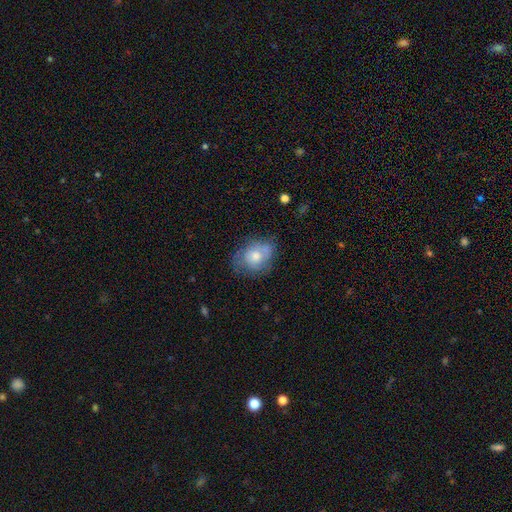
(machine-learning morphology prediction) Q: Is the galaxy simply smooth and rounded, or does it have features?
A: smooth — 61%.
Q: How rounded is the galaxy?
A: in between — 52%.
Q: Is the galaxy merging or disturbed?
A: none — 53%.